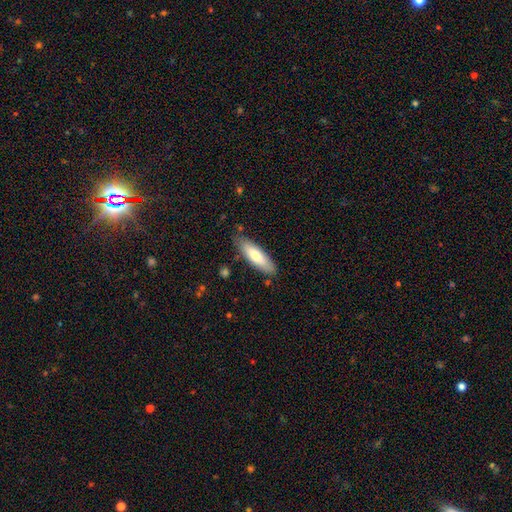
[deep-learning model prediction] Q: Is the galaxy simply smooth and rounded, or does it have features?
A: smooth — 75%.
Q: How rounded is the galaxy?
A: cigar-shaped — 52%.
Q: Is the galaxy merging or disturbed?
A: none — 83%.